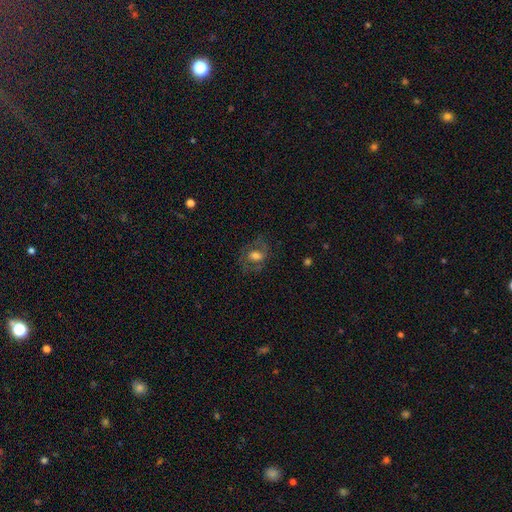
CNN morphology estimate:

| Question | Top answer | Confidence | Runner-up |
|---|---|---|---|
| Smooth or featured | featured or disk | 45% | smooth (44%) |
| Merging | none | 65% | minor disturbance (18%) |